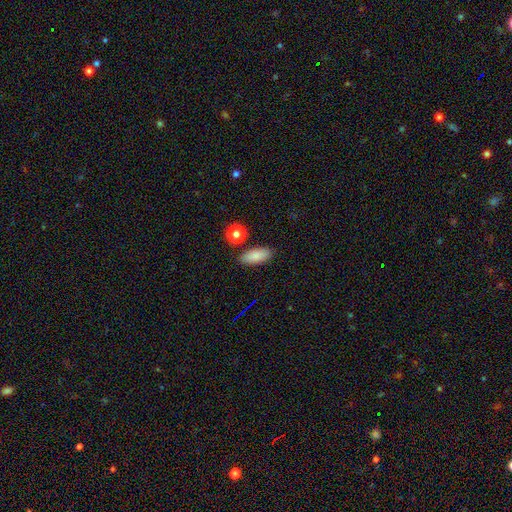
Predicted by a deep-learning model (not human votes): Q: Smooth or featured?
A: smooth (86%); runner-up: star or artifact (8%)
Q: How rounded?
A: in between (81%); runner-up: cigar-shaped (16%)
Q: Merging?
A: none (85%); runner-up: minor disturbance (9%)